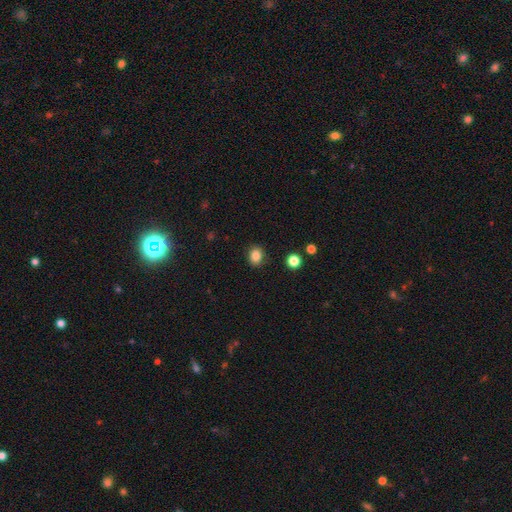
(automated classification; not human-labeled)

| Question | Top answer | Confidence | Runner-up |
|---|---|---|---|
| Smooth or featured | smooth | 85% | star or artifact (11%) |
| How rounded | round | 55% | in between (44%) |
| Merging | none | 88% | minor disturbance (8%) |